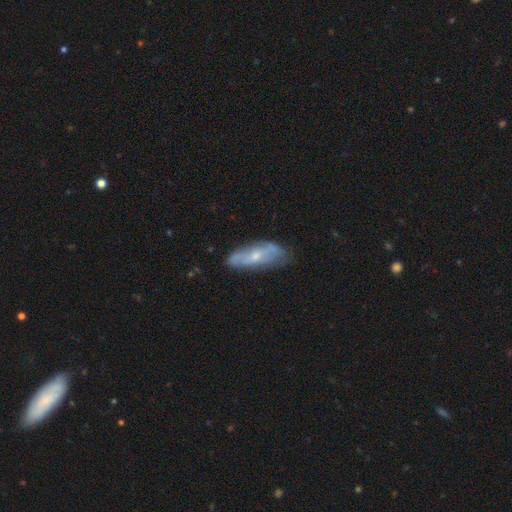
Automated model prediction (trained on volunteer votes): This appears to be a featured or disk galaxy (57%). Merging: none (65%).